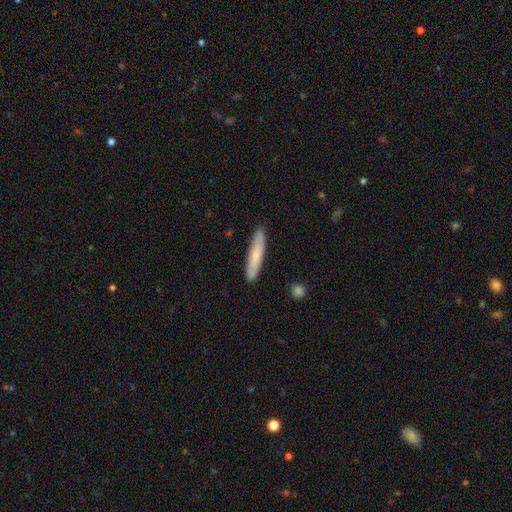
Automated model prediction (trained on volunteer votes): Q: Smooth or featured?
A: smooth (68%); runner-up: featured or disk (26%)
Q: How rounded?
A: cigar-shaped (89%); runner-up: in between (10%)
Q: Merging?
A: none (88%); runner-up: minor disturbance (9%)